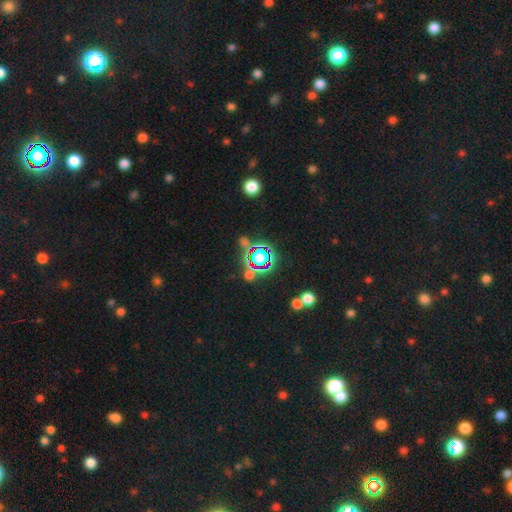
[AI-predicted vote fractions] Q: Smooth or featured?
A: star or artifact (79%); runner-up: smooth (13%)